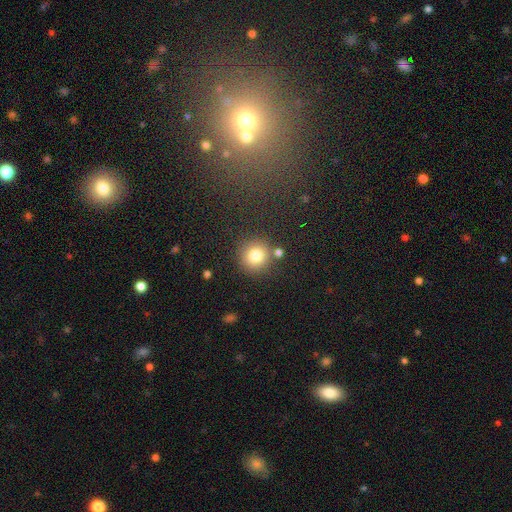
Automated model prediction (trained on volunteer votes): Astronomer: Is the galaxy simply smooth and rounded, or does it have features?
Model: smooth — 81%.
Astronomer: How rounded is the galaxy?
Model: round — 92%.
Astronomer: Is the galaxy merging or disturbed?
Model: none — 79%.